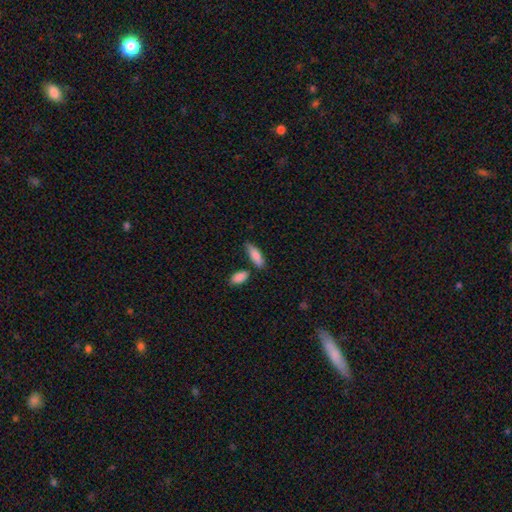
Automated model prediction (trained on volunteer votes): A smooth galaxy with no disk features (85%) that is in between round and cigar-shaped (62%). Merging: none (69%).